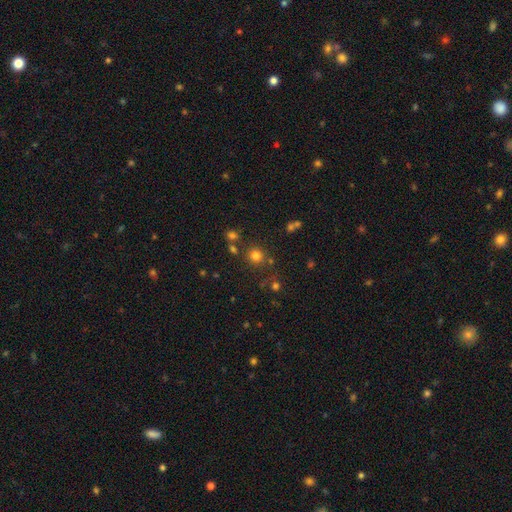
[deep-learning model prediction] Smooth or featured? Predicted: smooth (p=0.76). How rounded? Predicted: round (p=0.91). Merging? Predicted: none (p=0.78).